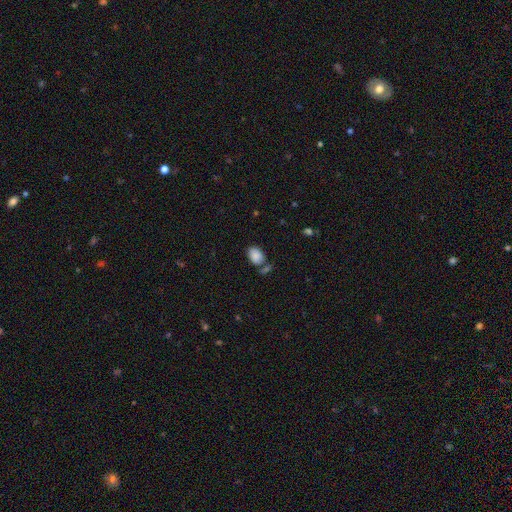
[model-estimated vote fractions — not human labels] Smooth or featured?
  - smooth: 86% *
  - star or artifact: 9%
  - featured or disk: 6%
How rounded?
  - in between: 83% *
  - round: 16%
  - cigar-shaped: 1%
Merging?
  - none: 59% *
  - merger: 18%
  - minor disturbance: 18%
  - major disturbance: 6%